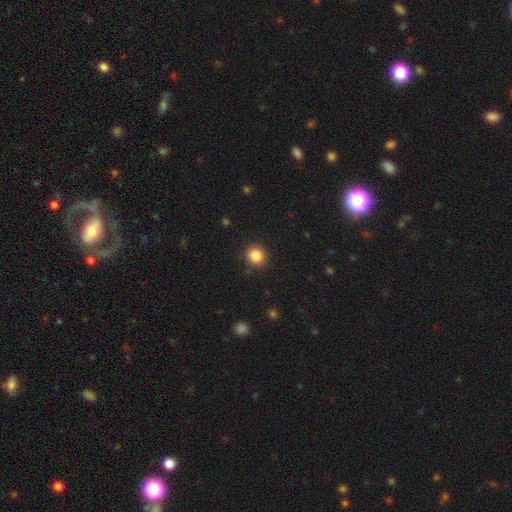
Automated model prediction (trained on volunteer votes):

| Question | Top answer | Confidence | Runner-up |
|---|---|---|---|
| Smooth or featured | smooth | 86% | star or artifact (10%) |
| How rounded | round | 88% | in between (11%) |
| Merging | none | 89% | minor disturbance (7%) |